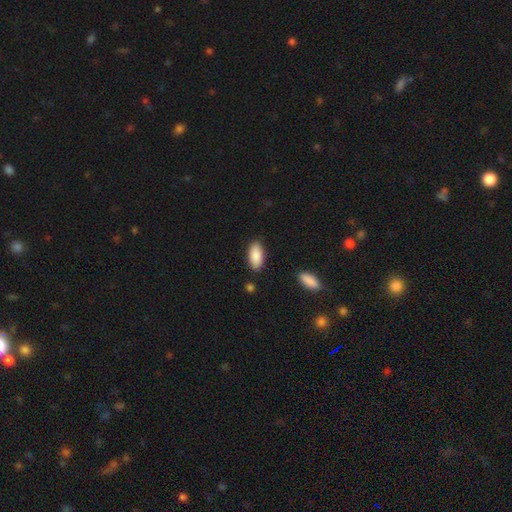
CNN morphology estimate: smooth 88%, featured or disk 6%, star or artifact 6%. Down the decision tree: how rounded — in between (90%); merging — none (86%).